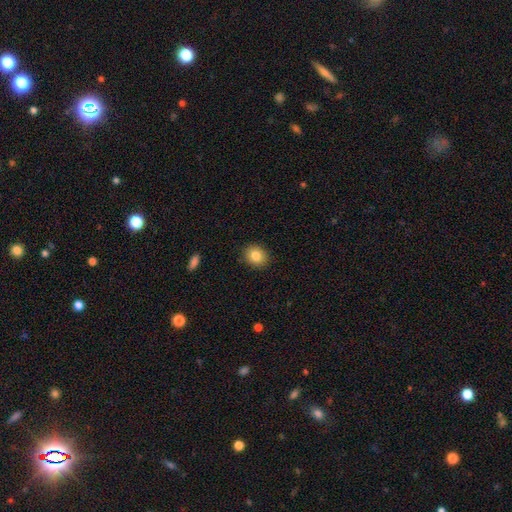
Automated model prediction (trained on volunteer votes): Smooth or featured: smooth — 83% (star or artifact — 9%)
How rounded: round — 68% (in between — 32%)
Merging: none — 90% (minor disturbance — 7%)